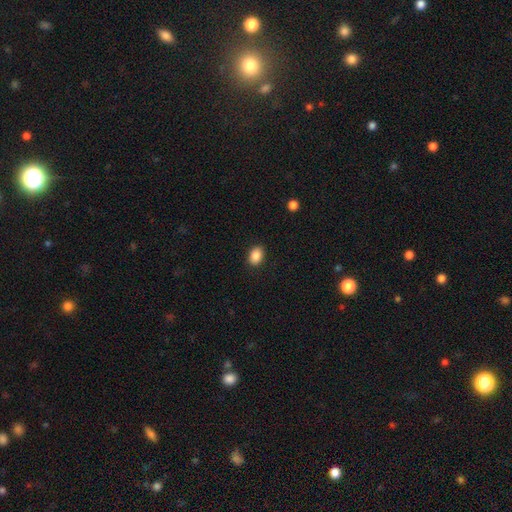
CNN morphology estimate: Smooth or featured? Predicted: smooth (p=0.88). How rounded? Predicted: in between (p=0.77). Merging? Predicted: none (p=0.89).